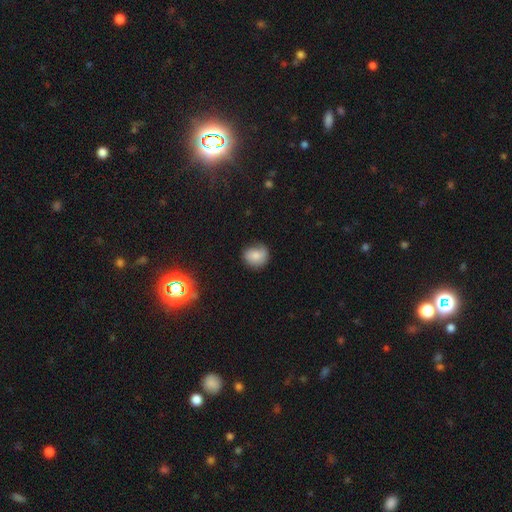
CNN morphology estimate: This appears to be a smooth galaxy with no disk features (75%) that is round (74%). Merging: none (64%).